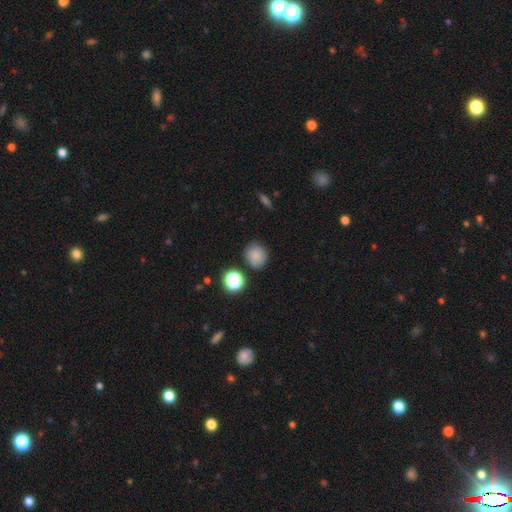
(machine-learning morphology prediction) Smooth or featured?
  - smooth: 82% *
  - star or artifact: 12%
  - featured or disk: 6%
How rounded?
  - round: 83% *
  - in between: 16%
  - cigar-shaped: 1%
Merging?
  - none: 83% *
  - minor disturbance: 11%
  - merger: 4%
  - major disturbance: 3%